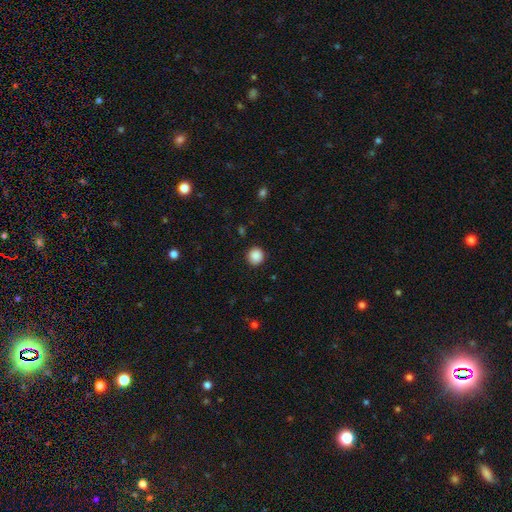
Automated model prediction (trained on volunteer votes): Smooth or featured: smooth — 88% (star or artifact — 9%)
How rounded: round — 93% (in between — 6%)
Merging: none — 91% (minor disturbance — 6%)